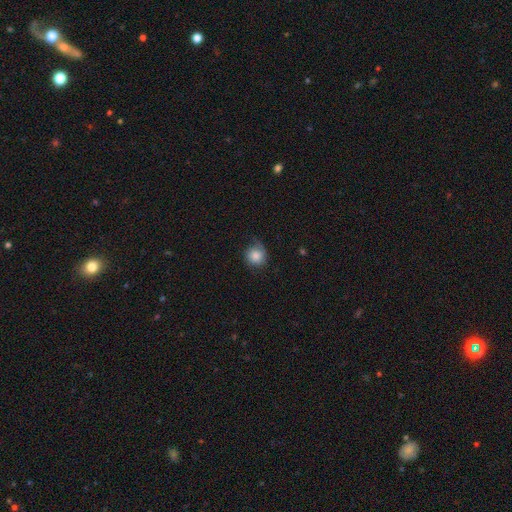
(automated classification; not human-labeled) Smooth or featured? Predicted: smooth (p=0.76). How rounded? Predicted: round (p=0.85). Merging? Predicted: none (p=0.56).